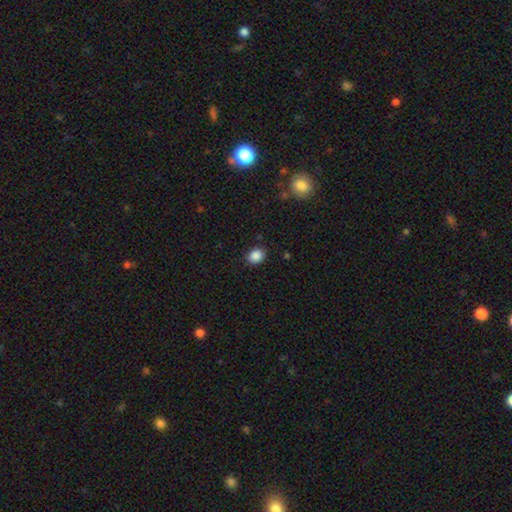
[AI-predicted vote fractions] A smooth galaxy with no disk features (87%) that is round (57%). Merging: none (87%).